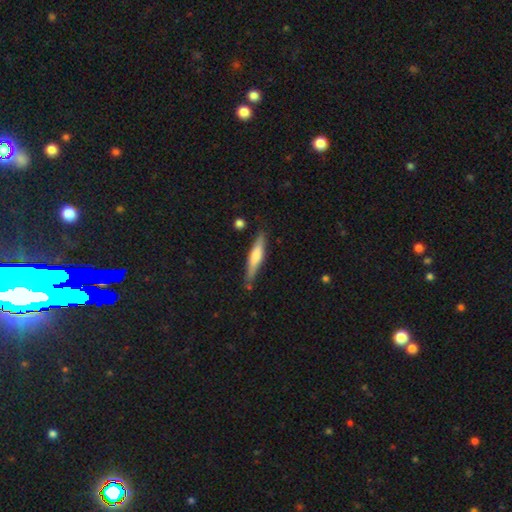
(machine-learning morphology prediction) A smooth galaxy with no disk features (52%) that is cigar-shaped (86%).

Vote fractions:
- Smooth or featured? smooth: 52% / featured or disk: 42% / star or artifact: 6%
- How rounded? cigar-shaped: 86% / in between: 12% / round: 2%
- Merging? none: 80% / minor disturbance: 15% / merger: 3% / major disturbance: 3%